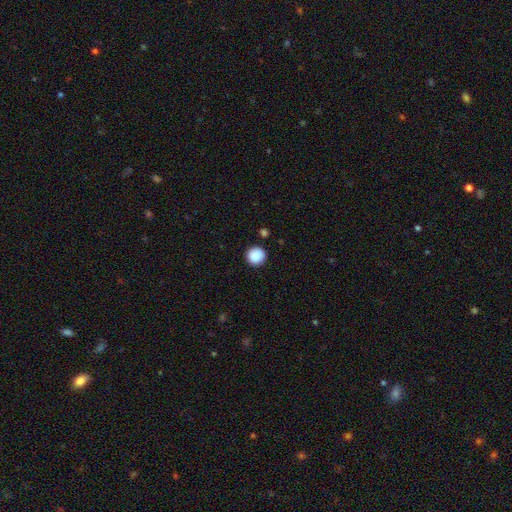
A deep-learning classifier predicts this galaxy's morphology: type=smooth (89%); roundness=round (94%); merging=none (90%).